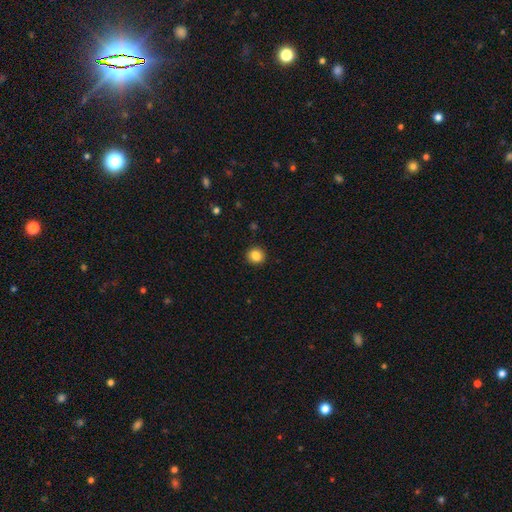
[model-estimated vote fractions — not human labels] smooth 85%, star or artifact 10%, featured or disk 5%. Down the decision tree: how rounded — round (91%); merging — none (92%).